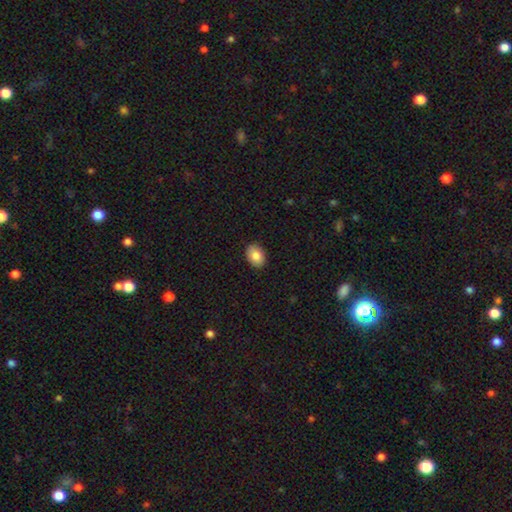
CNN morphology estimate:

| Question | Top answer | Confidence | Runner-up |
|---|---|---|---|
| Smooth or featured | smooth | 85% | featured or disk (8%) |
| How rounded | in between | 80% | round (19%) |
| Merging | none | 90% | minor disturbance (7%) |